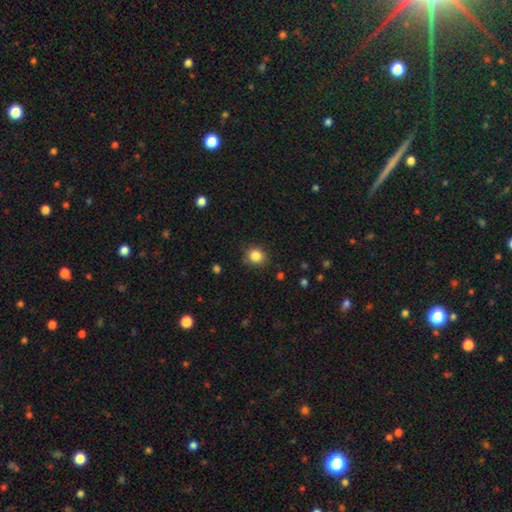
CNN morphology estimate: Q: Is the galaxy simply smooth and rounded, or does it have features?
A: smooth — 85%.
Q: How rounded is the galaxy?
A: round — 79%.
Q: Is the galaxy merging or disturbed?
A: none — 84%.